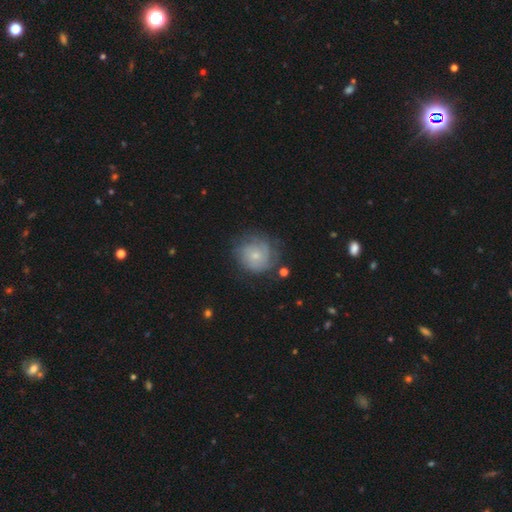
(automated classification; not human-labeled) Smooth or featured? Predicted: featured or disk (p=0.53). Edge-on disk? Predicted: no (p=0.98). Bar? Predicted: no (p=0.82). Spiral arms? Predicted: yes (p=0.80). Bulge size? Predicted: small (p=0.69). Merging? Predicted: none (p=0.69).